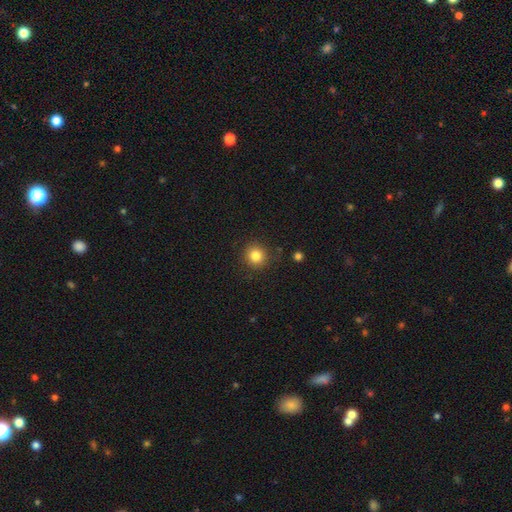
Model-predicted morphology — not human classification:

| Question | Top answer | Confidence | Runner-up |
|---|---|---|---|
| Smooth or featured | smooth | 83% | star or artifact (11%) |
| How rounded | round | 92% | in between (7%) |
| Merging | none | 88% | minor disturbance (8%) |